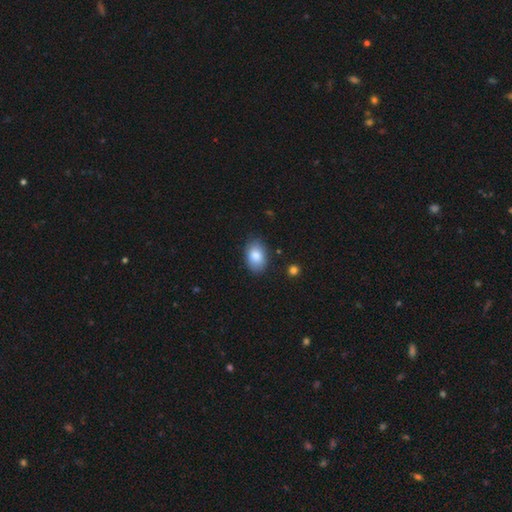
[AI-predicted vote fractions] Smooth or featured? Predicted: smooth (p=0.85). How rounded? Predicted: in between (p=0.88). Merging? Predicted: none (p=0.83).